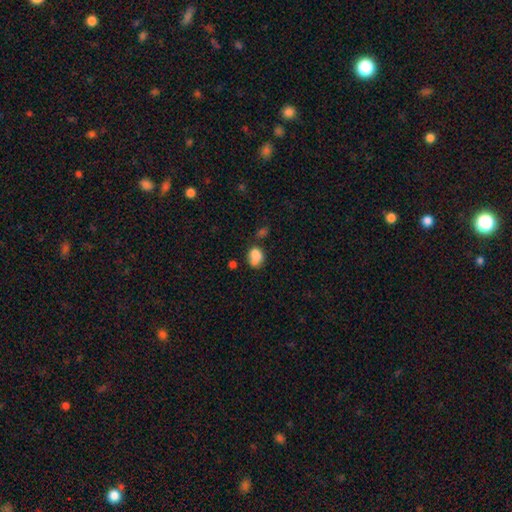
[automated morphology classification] smooth_or_featured: smooth (p=0.77) [alt: featured or disk p=0.12]
how_rounded: in between (p=0.64) [alt: round p=0.35]
merging: none (p=0.37) [alt: merger p=0.31]